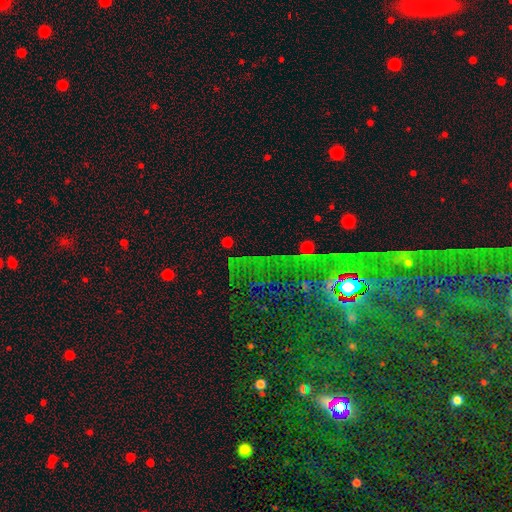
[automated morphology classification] Smooth or featured? star or artifact (78%)